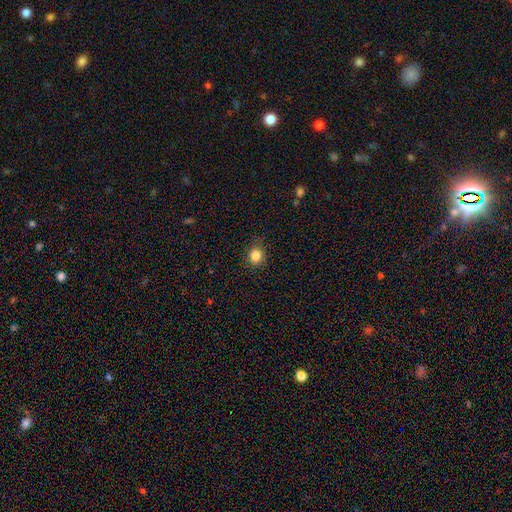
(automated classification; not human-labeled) smooth 84%, star or artifact 11%, featured or disk 5%. Down the decision tree: how rounded — round (78%); merging — none (86%).